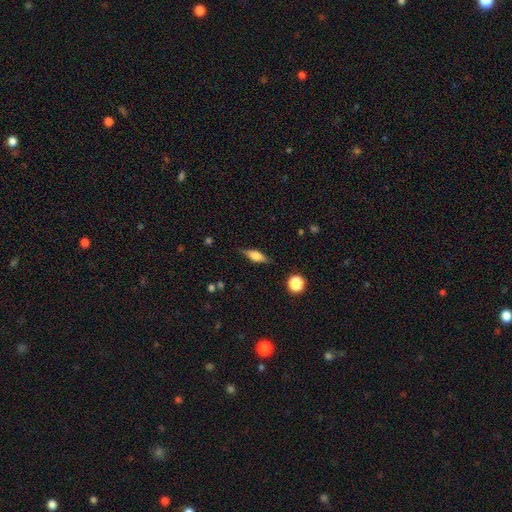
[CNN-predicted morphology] smooth-or-featured: smooth: 53% | featured or disk: 39% | star or artifact: 8%
  how-rounded: in between: 57% | cigar-shaped: 37% | round: 6%
  merging: none: 81% | minor disturbance: 14% | major disturbance: 3% | merger: 2%